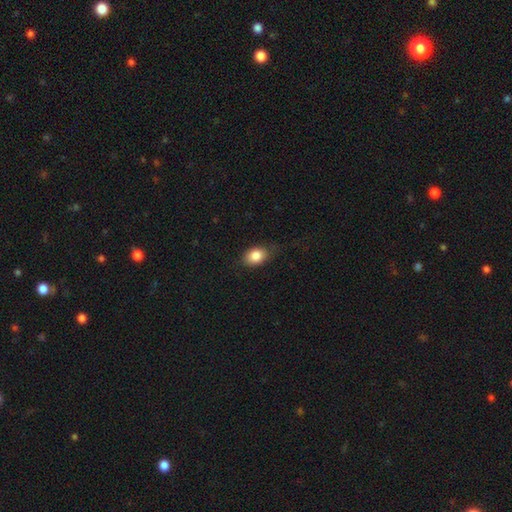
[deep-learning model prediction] The model was most divided on "how rounded": in between: 73%, round: 25%, cigar-shaped: 2%. More confident: smooth or featured — smooth (84%); merging — none (73%).